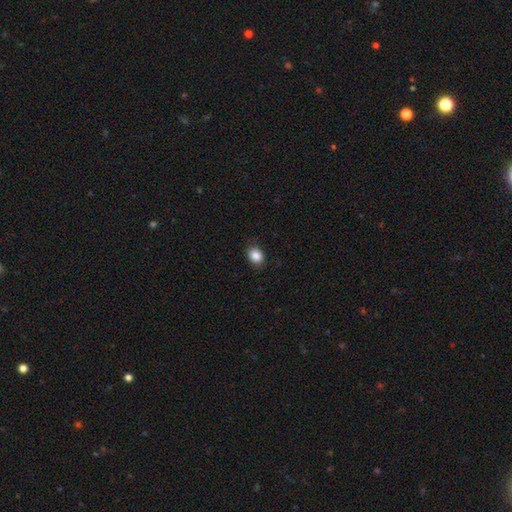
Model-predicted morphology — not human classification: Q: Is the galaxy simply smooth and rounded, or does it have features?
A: smooth — 87%.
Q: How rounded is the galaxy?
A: in between — 54%.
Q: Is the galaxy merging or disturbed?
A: none — 84%.